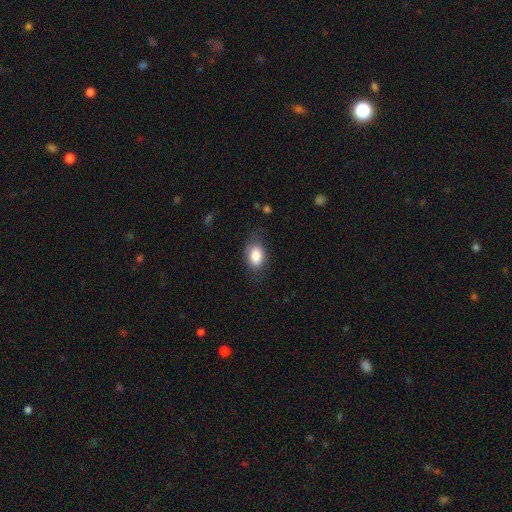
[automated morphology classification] Overall: smooth (85%). How rounded: in between (86%). Merging: none (68%).